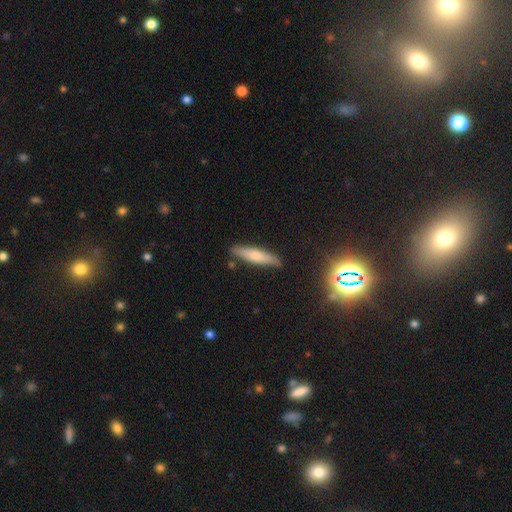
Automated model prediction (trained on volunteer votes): A smooth galaxy with no disk features (63%) that is cigar-shaped (81%).

Vote fractions:
- Smooth or featured? smooth: 63% / featured or disk: 31% / star or artifact: 6%
- How rounded? cigar-shaped: 81% / in between: 18% / round: 2%
- Merging? none: 83% / minor disturbance: 12% / merger: 2% / major disturbance: 2%